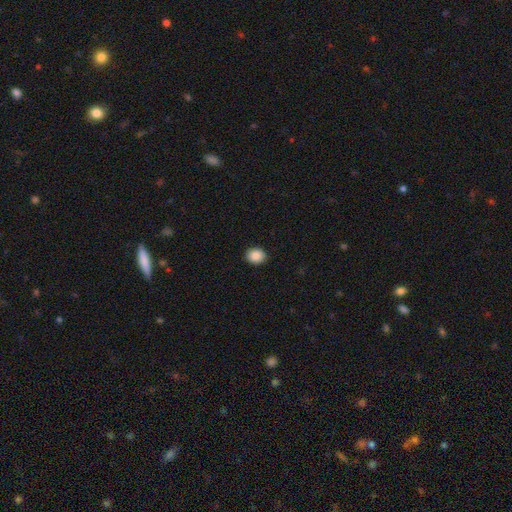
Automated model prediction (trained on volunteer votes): This is clearly a smooth galaxy (88%). How rounded: possibly round (60%). Merging: clearly none (91%).